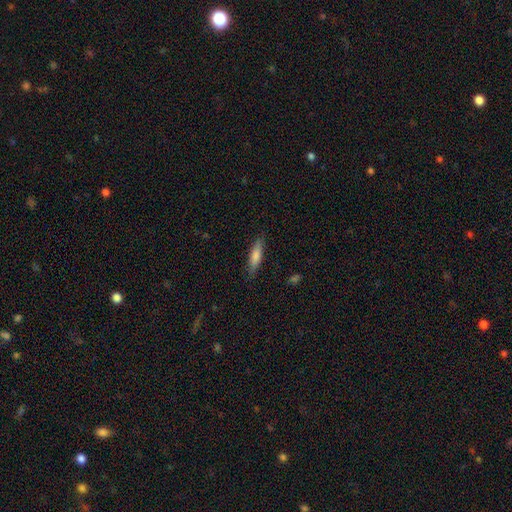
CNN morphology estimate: Smooth or featured?
  - smooth: 70% *
  - featured or disk: 23%
  - star or artifact: 7%
How rounded?
  - cigar-shaped: 79% *
  - in between: 20%
  - round: 2%
Merging?
  - none: 85% *
  - minor disturbance: 11%
  - major disturbance: 2%
  - merger: 1%